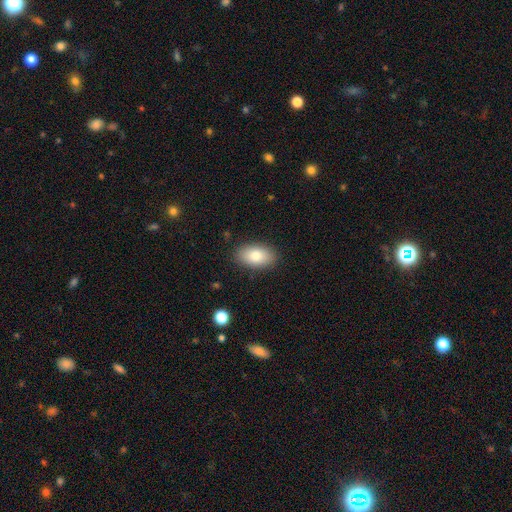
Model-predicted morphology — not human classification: Smooth or featured?
  - smooth: 82% *
  - featured or disk: 11%
  - star or artifact: 7%
How rounded?
  - in between: 93% *
  - round: 5%
  - cigar-shaped: 2%
Merging?
  - none: 87% *
  - minor disturbance: 10%
  - major disturbance: 2%
  - merger: 1%